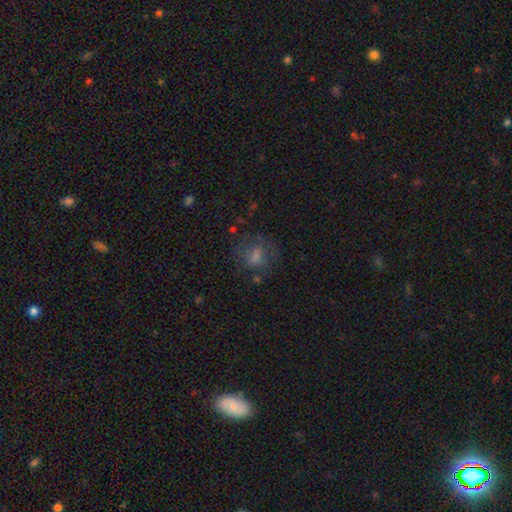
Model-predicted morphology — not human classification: Smooth or featured?
  - smooth: 49% *
  - featured or disk: 29%
  - star or artifact: 22%
Merging?
  - none: 62% *
  - minor disturbance: 19%
  - major disturbance: 17%
  - merger: 3%